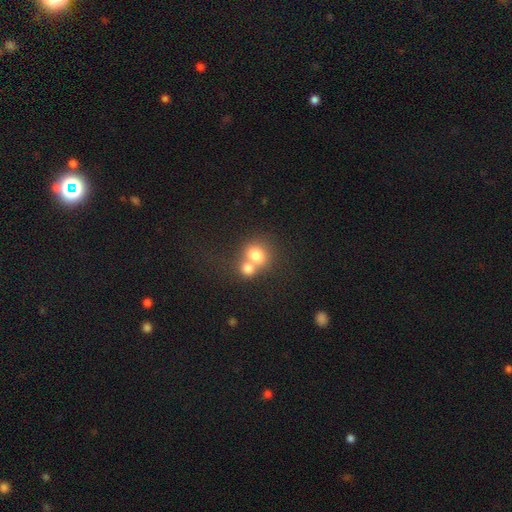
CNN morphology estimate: smooth 75%, featured or disk 14%, star or artifact 11%. Down the decision tree: how rounded — round (63%); merging — merger (61%).